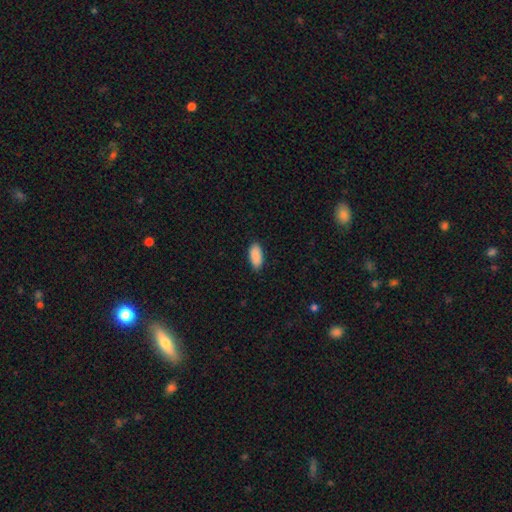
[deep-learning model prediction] This appears to be a smooth galaxy with no disk features (91%) that is in between round and cigar-shaped (89%). Merging: none (87%).